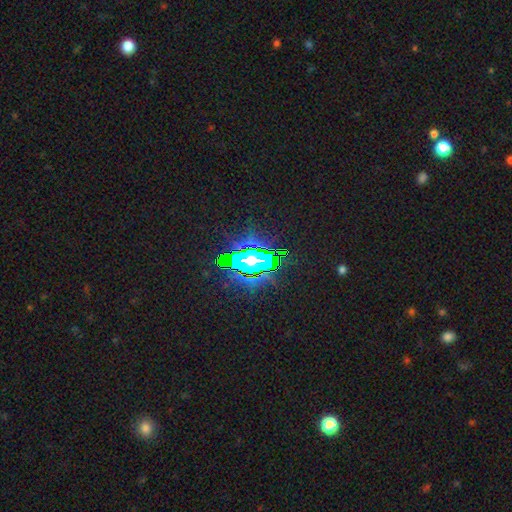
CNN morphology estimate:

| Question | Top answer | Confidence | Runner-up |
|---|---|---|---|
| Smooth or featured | star or artifact | 82% | smooth (11%) |